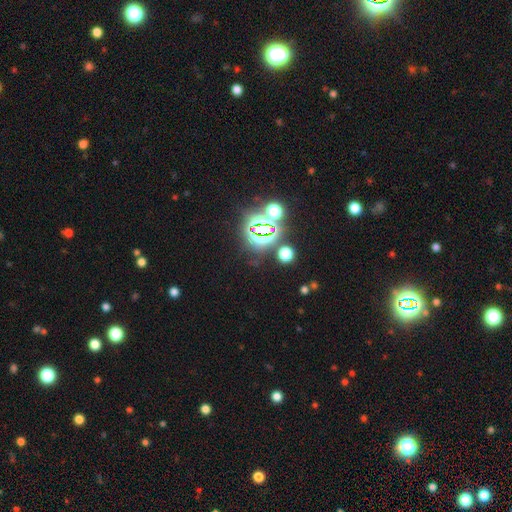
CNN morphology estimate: Smooth or featured? Predicted: star or artifact (p=0.81).